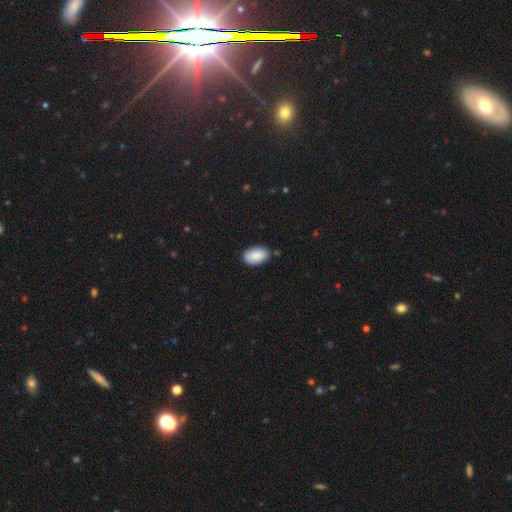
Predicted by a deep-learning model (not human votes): Morphology: type=smooth (87%); roundness=in between (94%); merging=none (82%).